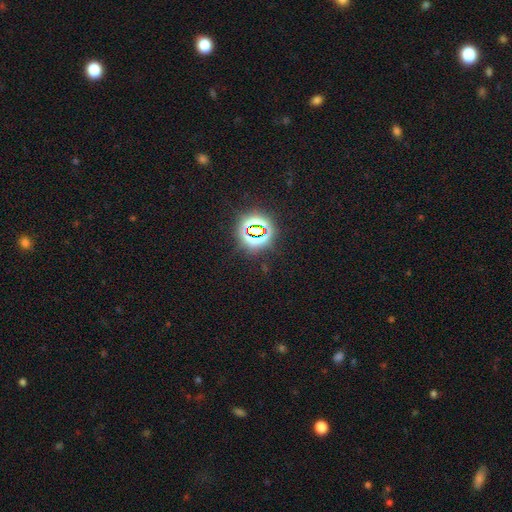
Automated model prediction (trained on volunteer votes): Overall: star or artifact (82%).